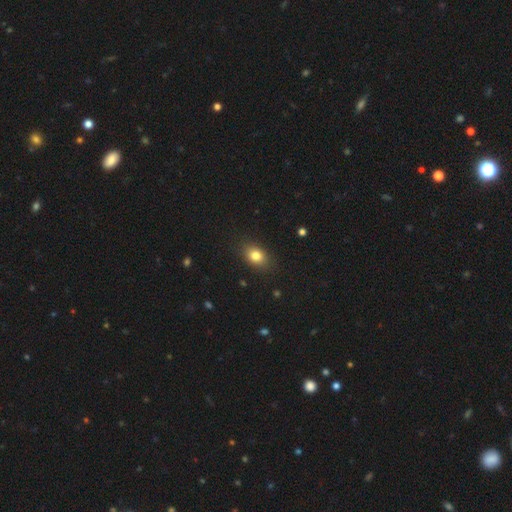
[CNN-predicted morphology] Q: Smooth or featured?
A: smooth (81%); runner-up: star or artifact (10%)
Q: How rounded?
A: in between (72%); runner-up: round (27%)
Q: Merging?
A: none (86%); runner-up: minor disturbance (10%)